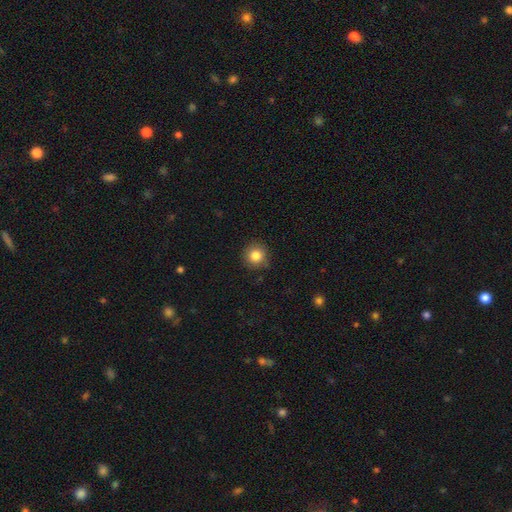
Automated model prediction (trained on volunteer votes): A smooth galaxy with no disk features (84%) that is round (93%). Merging: none (85%).